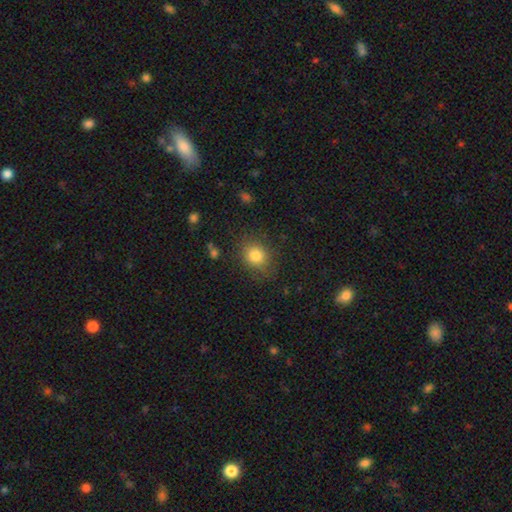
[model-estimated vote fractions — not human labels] A smooth galaxy with no disk features (82%) that is round (66%).

Vote fractions:
- Smooth or featured? smooth: 82% / star or artifact: 11% / featured or disk: 7%
- How rounded? round: 66% / in between: 33% / cigar-shaped: 1%
- Merging? none: 81% / minor disturbance: 13% / major disturbance: 4% / merger: 2%